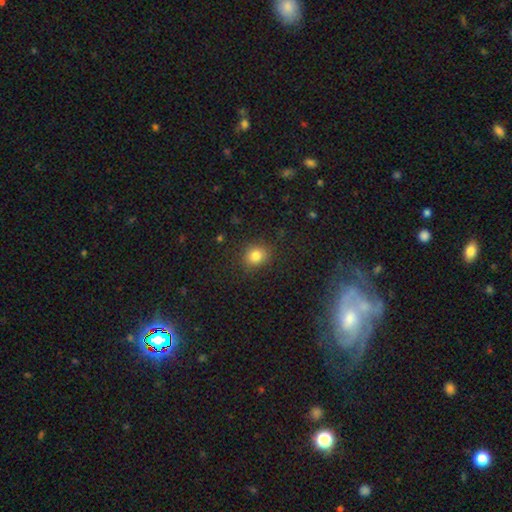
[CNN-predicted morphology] The model was most divided on "how rounded": round: 73%, in between: 26%, cigar-shaped: 1%. More confident: merging — none (86%); smooth or featured — smooth (81%).